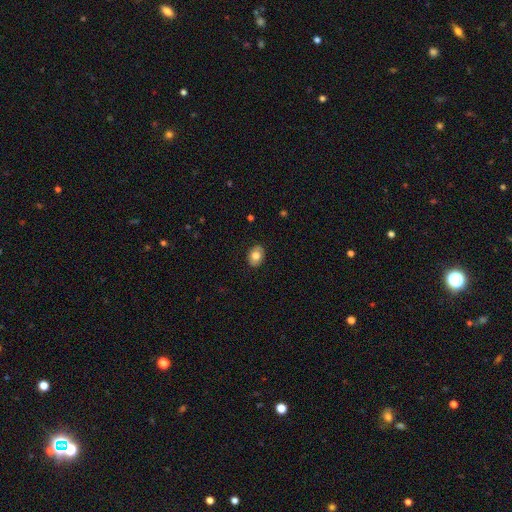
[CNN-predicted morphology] Smooth or featured? Predicted: smooth (p=0.73). How rounded? Predicted: in between (p=0.68). Merging? Predicted: none (p=0.86).